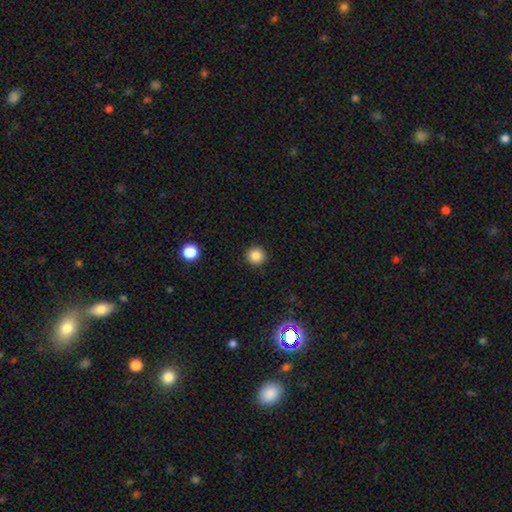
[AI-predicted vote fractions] This is clearly a smooth galaxy (85%). How rounded: clearly round (95%). Merging: clearly none (92%).